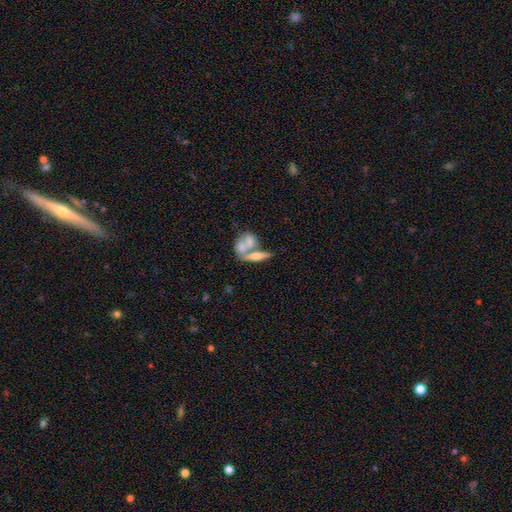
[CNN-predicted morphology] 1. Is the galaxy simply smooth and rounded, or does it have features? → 47% smooth, 45% featured or disk, 8% star or artifact.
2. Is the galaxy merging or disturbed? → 56% merger, 30% none, 8% minor disturbance, 6% major disturbance.